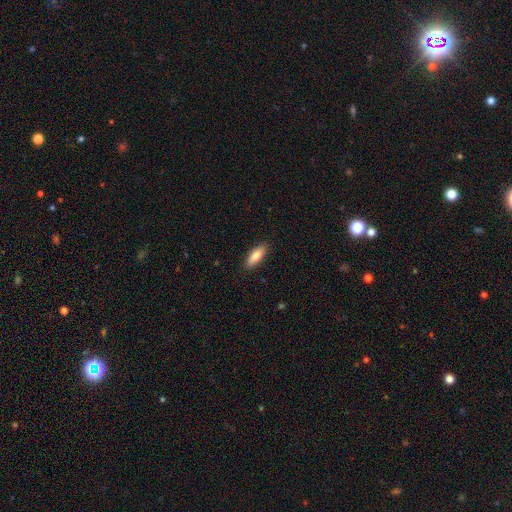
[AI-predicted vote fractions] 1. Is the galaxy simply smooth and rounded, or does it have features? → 80% smooth, 14% featured or disk, 6% star or artifact.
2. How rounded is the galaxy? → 64% in between, 34% cigar-shaped, 2% round.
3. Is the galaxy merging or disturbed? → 89% none, 9% minor disturbance, 2% major disturbance, 1% merger.